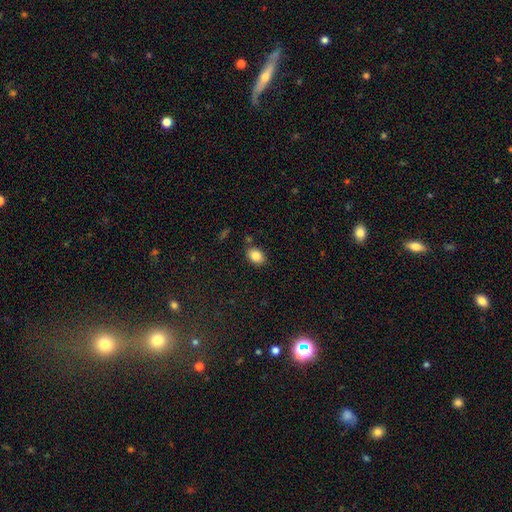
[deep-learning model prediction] Morphology: type=smooth (84%); roundness=in between (76%); merging=none (84%).